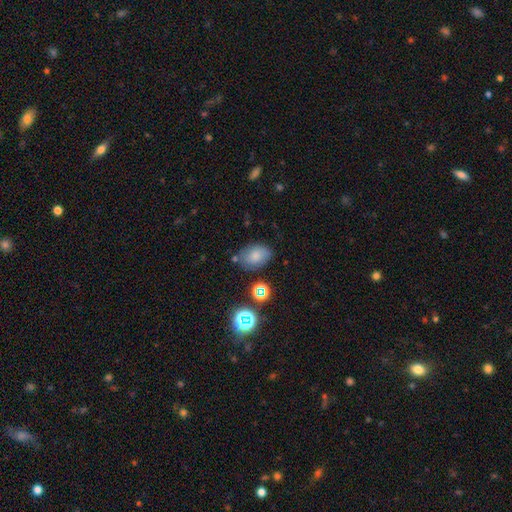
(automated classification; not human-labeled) Morphology: type=smooth (75%); roundness=in between (81%); merging=none (73%).